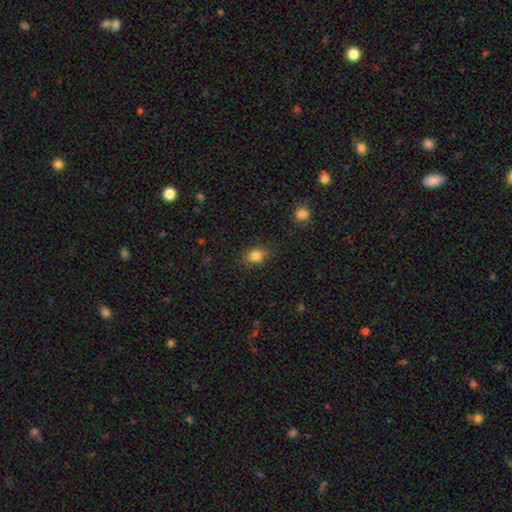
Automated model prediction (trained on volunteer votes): A smooth galaxy with no disk features (84%) that is in between round and cigar-shaped (56%). Merging: none (85%).